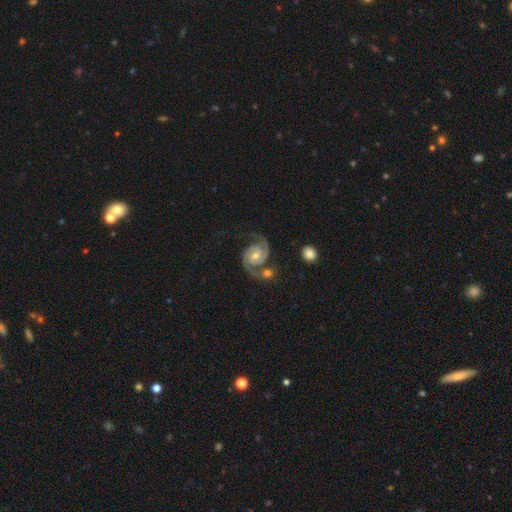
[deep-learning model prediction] Q: Smooth or featured?
A: featured or disk (92%); runner-up: star or artifact (5%)
Q: Edge-on disk?
A: no (98%); runner-up: yes (2%)
Q: Bar?
A: no (57%); runner-up: weak (32%)
Q: Spiral arms?
A: yes (98%); runner-up: no (2%)
Q: Spiral winding?
A: medium (47%); runner-up: tight (43%)
Q: Spiral arm count?
A: 2 (91%); runner-up: 3 (3%)
Q: Bulge size?
A: moderate (62%); runner-up: small (32%)
Q: Merging?
A: none (62%); runner-up: minor disturbance (15%)